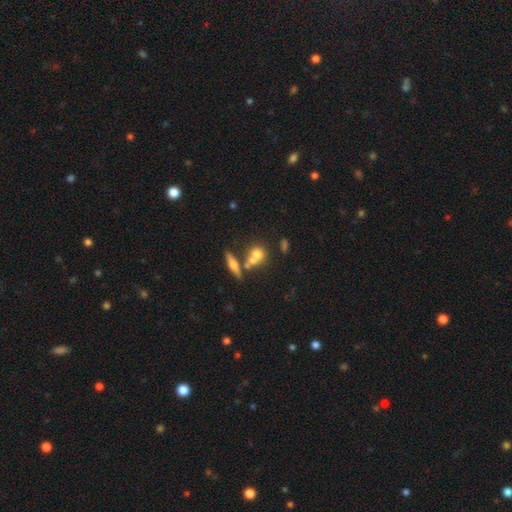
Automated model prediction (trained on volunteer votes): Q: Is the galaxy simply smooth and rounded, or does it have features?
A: smooth — 63%.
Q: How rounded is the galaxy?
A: round — 59%.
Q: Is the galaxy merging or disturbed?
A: none — 48%.